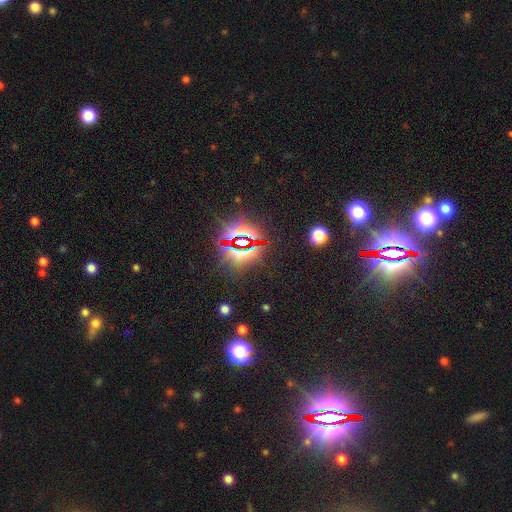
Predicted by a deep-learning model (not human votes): Q: Smooth or featured?
A: star or artifact (84%); runner-up: smooth (9%)